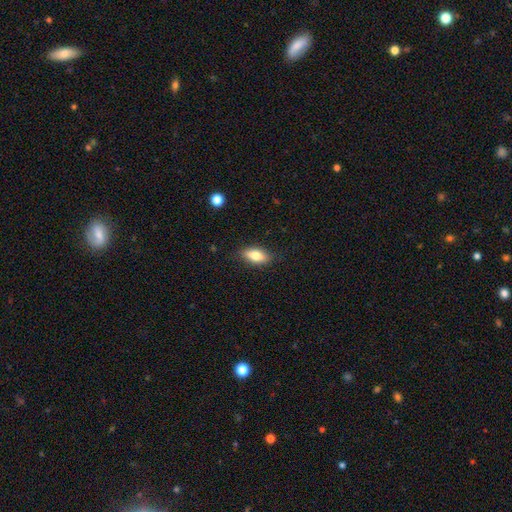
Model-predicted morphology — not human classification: smooth 74%, featured or disk 18%, star or artifact 7%. Down the decision tree: how rounded — in between (82%); merging — none (84%).